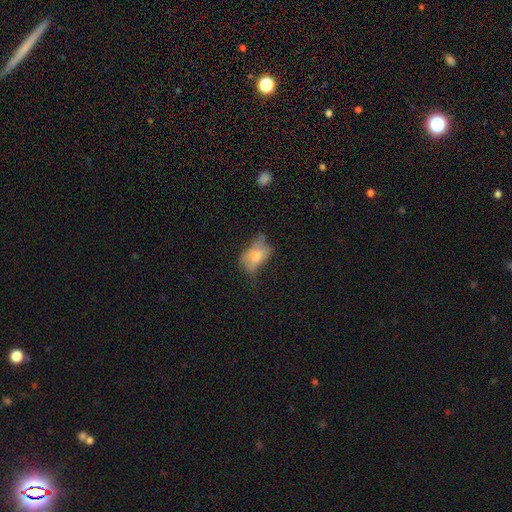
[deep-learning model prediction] The model was most divided on "merging": none: 35%, minor disturbance: 33%, major disturbance: 28%, merger: 4%. More confident: how rounded — in between (87%); smooth or featured — smooth (60%).